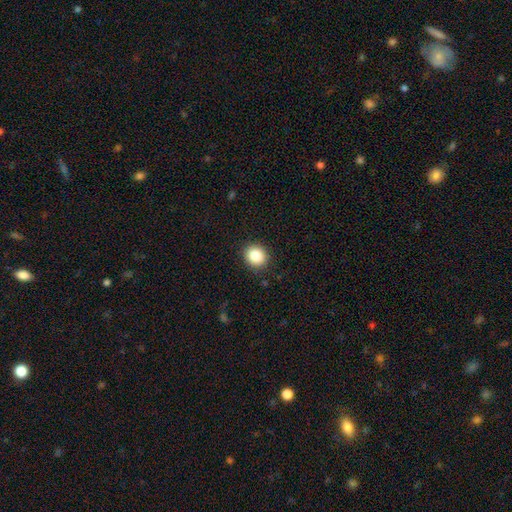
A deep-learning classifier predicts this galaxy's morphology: The model was most divided on "how rounded": round: 82%, in between: 18%, cigar-shaped: 1%. More confident: merging — none (91%); smooth or featured — smooth (85%).